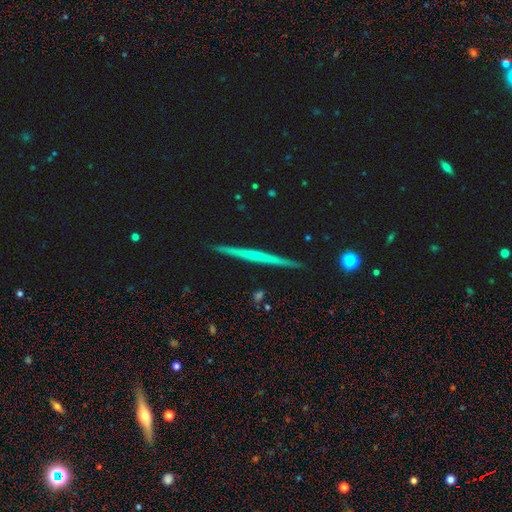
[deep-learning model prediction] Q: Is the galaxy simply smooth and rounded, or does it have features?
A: featured or disk — 71%.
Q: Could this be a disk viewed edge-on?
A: yes — 98%.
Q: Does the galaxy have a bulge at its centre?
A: none — 62%.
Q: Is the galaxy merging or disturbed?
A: none — 92%.